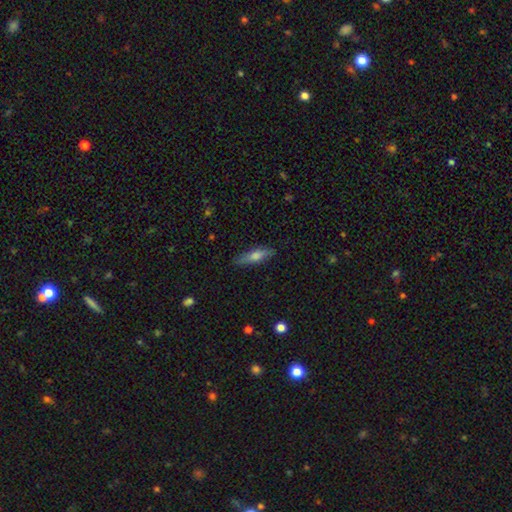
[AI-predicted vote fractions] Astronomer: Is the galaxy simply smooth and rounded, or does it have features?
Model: smooth — 59% (runner-up: featured or disk, 35%).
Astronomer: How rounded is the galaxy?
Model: cigar-shaped — 71%.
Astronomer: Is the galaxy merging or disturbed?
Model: none — 85%.